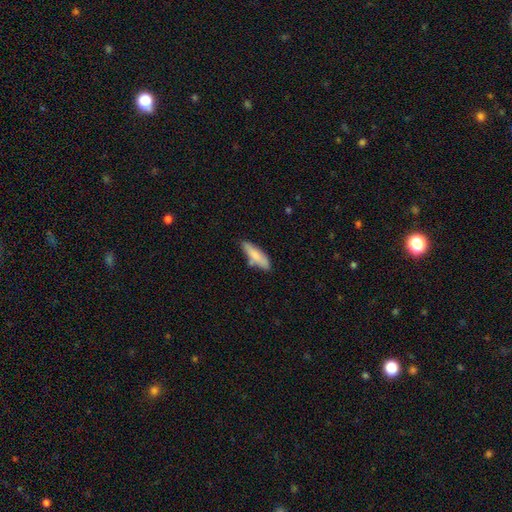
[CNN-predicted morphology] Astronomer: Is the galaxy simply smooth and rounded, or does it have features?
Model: smooth — 77%.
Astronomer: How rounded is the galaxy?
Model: cigar-shaped — 57% (runner-up: in between, 41%).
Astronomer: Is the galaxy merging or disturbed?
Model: none — 68%.